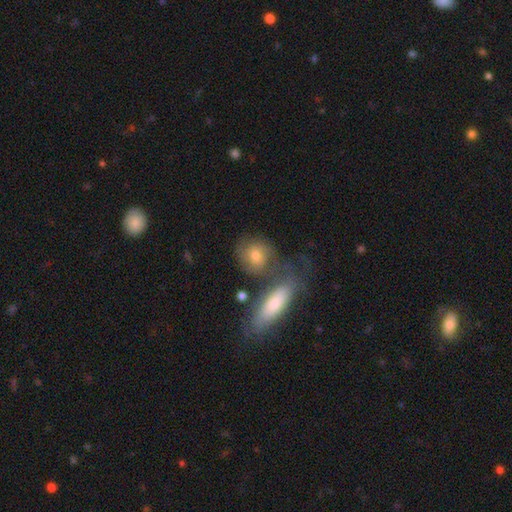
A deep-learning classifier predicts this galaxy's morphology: type=smooth (59%); roundness=round (55%); merging=none (49%).